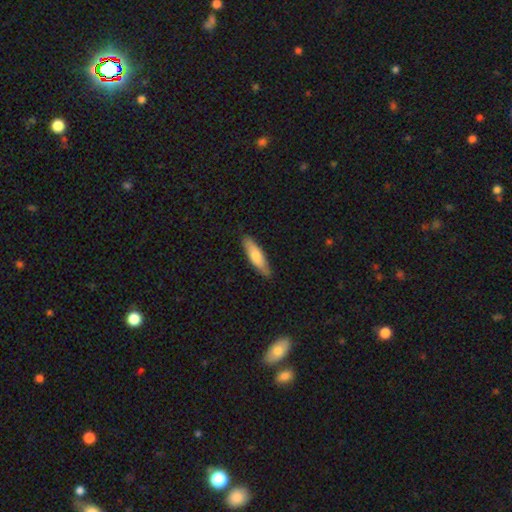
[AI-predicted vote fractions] Smooth or featured? Predicted: smooth (p=0.73). How rounded? Predicted: cigar-shaped (p=0.63). Merging? Predicted: none (p=0.86).